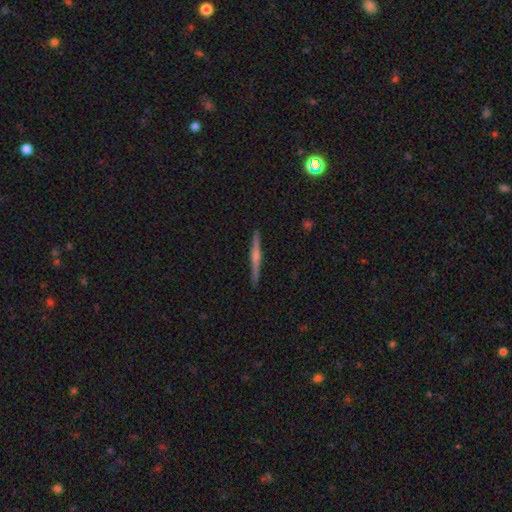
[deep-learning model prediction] smooth_or_featured: featured or disk (p=0.69) [alt: smooth p=0.21]
disk_edge_on: yes (p=0.97) [alt: no p=0.03]
edge_on_bulge: rounded (p=0.77) [alt: none p=0.15]
merging: none (p=0.90) [alt: minor disturbance p=0.07]